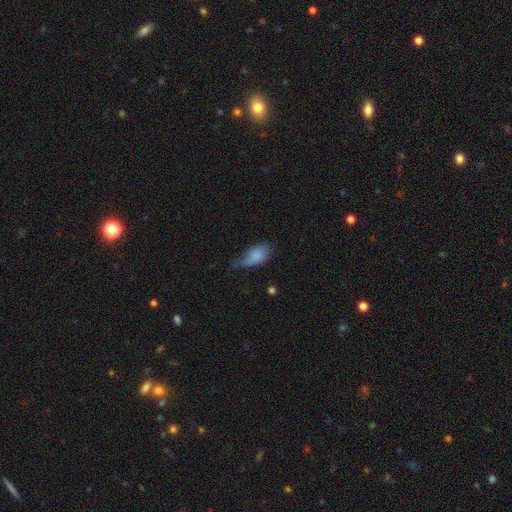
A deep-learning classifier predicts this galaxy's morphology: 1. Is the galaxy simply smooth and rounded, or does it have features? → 82% smooth, 11% featured or disk, 8% star or artifact.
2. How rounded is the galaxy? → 90% in between, 5% cigar-shaped, 5% round.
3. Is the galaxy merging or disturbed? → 44% minor disturbance, 35% none, 18% major disturbance, 3% merger.